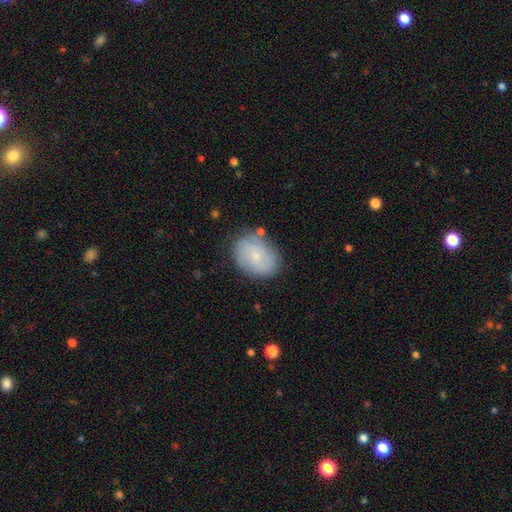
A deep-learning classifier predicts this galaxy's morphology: Q: Smooth or featured?
A: smooth (59%); runner-up: featured or disk (34%)
Q: How rounded?
A: in between (62%); runner-up: round (36%)
Q: Merging?
A: none (76%); runner-up: minor disturbance (17%)